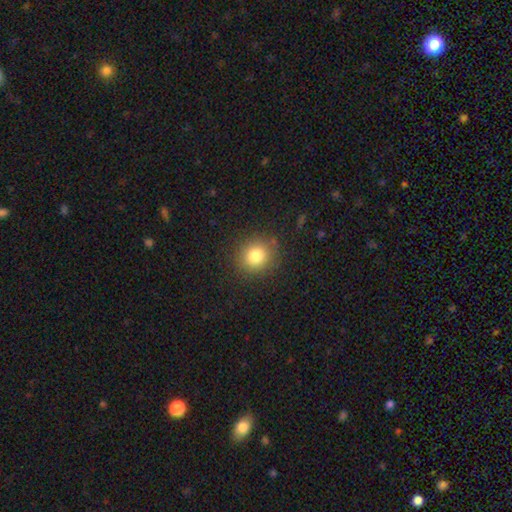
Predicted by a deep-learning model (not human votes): A smooth galaxy with no disk features (81%) that is round (86%).

Vote fractions:
- Smooth or featured? smooth: 81% / star or artifact: 12% / featured or disk: 7%
- How rounded? round: 86% / in between: 13% / cigar-shaped: 1%
- Merging? none: 87% / minor disturbance: 9% / major disturbance: 3% / merger: 1%